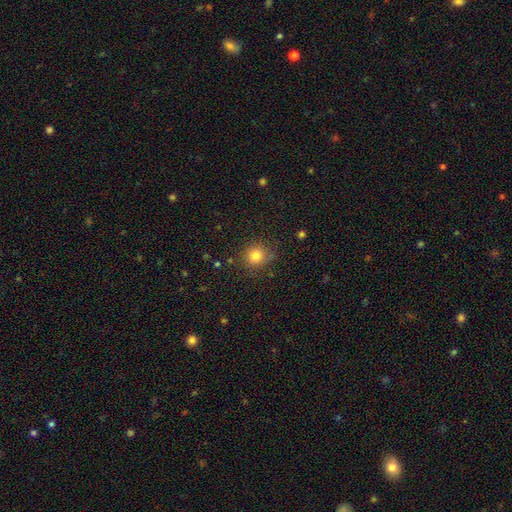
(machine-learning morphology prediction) Smooth or featured? smooth (82%)
How rounded? round (89%)
Merging? none (83%)